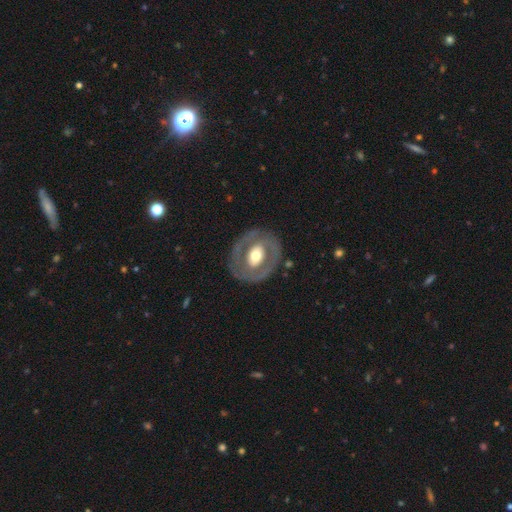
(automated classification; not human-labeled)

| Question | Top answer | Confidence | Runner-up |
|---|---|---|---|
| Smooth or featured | featured or disk | 62% | smooth (33%) |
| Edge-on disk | no | 95% | yes (5%) |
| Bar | no | 56% | weak (26%) |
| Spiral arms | no | 74% | yes (26%) |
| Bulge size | moderate | 61% | large (27%) |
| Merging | none | 80% | minor disturbance (12%) |